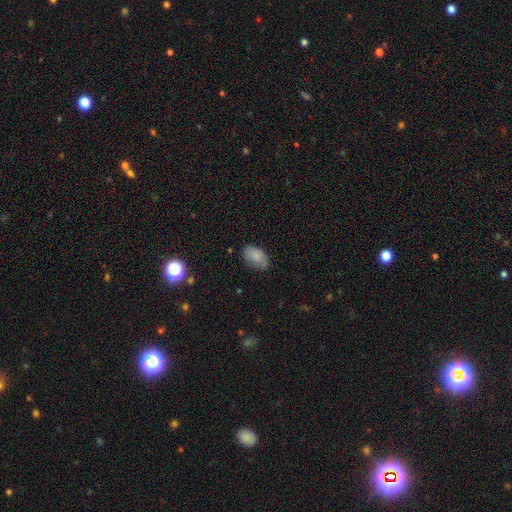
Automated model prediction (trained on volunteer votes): A smooth galaxy with no disk features (85%) that is in between round and cigar-shaped (93%). Merging: none (75%).